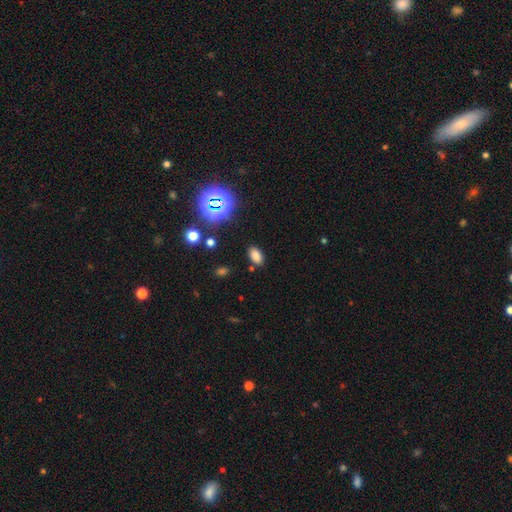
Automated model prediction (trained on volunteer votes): The model was most divided on "smooth or featured": smooth: 75%, star or artifact: 19%, featured or disk: 6%. More confident: how rounded — in between (90%); merging — none (84%).